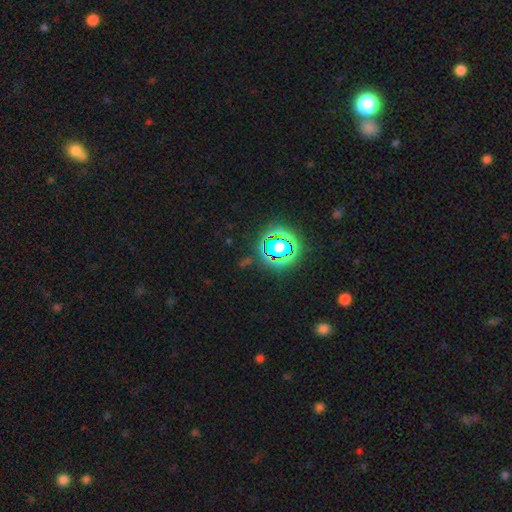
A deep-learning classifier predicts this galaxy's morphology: Q: Smooth or featured?
A: star or artifact (78%); runner-up: smooth (15%)